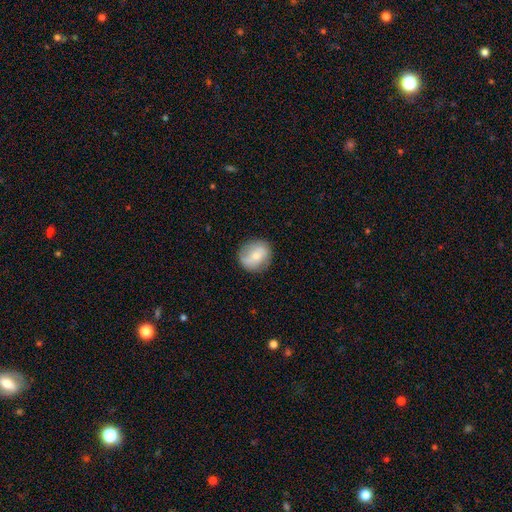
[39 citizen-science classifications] A smooth galaxy with no disk features (62%) that is round (96%).

Vote fractions:
- Smooth or featured? smooth: 62% / featured or disk: 33% / star or artifact: 5%
- How rounded? round: 96% / in between: 4% / cigar-shaped: 0%
- Merging? none: 68% / minor disturbance: 30% / major disturbance: 3% / merger: 0%